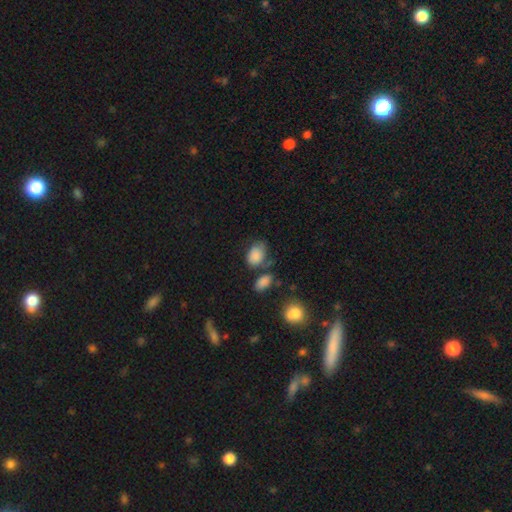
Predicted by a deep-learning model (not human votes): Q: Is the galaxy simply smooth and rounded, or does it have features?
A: smooth — 84%.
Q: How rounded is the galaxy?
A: in between — 79%.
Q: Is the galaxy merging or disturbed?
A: none — 46%.